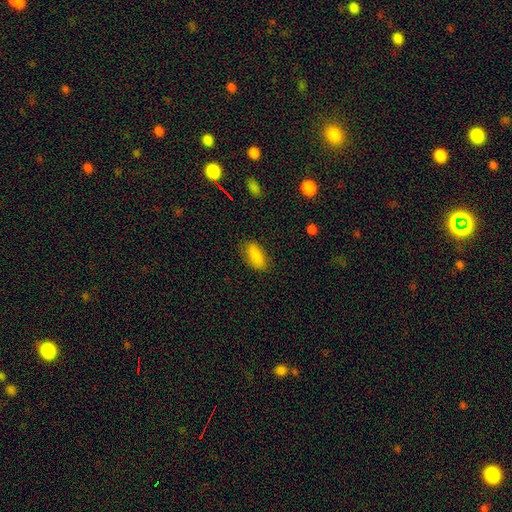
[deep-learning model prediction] Overall: smooth (85%). How rounded: in between (87%). Merging: none (81%).